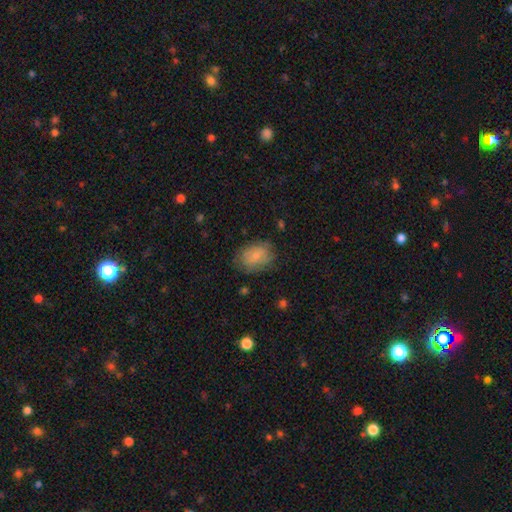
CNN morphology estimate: Smooth or featured?
  - smooth: 68% *
  - featured or disk: 24%
  - star or artifact: 8%
How rounded?
  - in between: 76% *
  - round: 23%
  - cigar-shaped: 1%
Merging?
  - none: 70% *
  - minor disturbance: 21%
  - major disturbance: 7%
  - merger: 1%